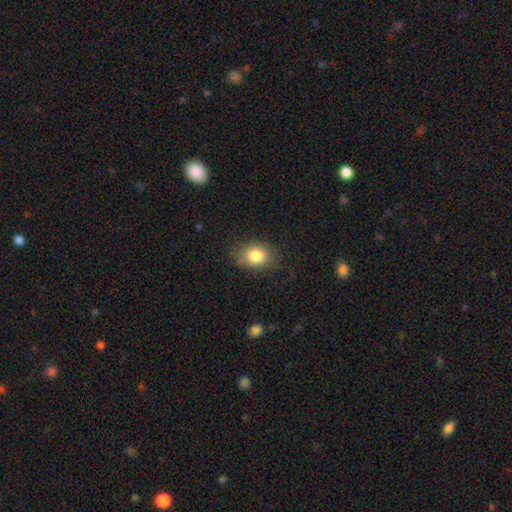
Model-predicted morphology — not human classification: type=smooth (82%); roundness=in between (65%); merging=none (77%).